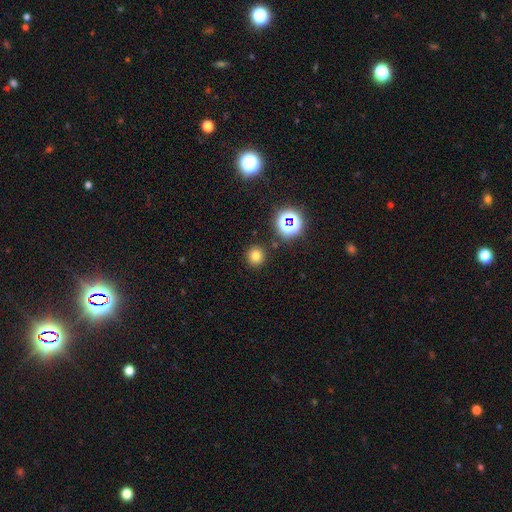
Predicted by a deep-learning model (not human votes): smooth 73%, star or artifact 21%, featured or disk 7%. Down the decision tree: how rounded — round (93%); merging — none (88%).